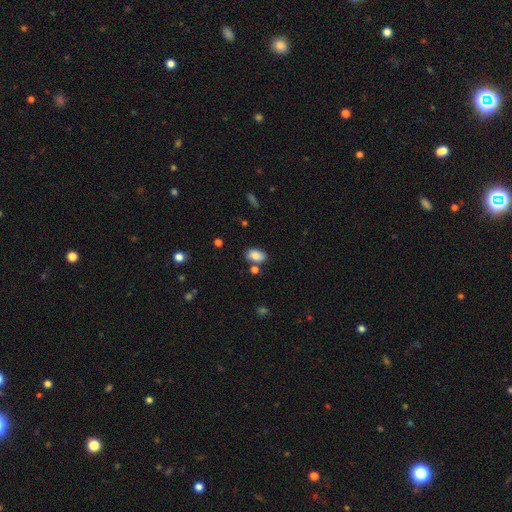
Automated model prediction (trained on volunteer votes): smooth-or-featured: smooth: 85% | star or artifact: 8% | featured or disk: 7%
  how-rounded: in between: 90% | round: 9% | cigar-shaped: 1%
  merging: none: 73% | minor disturbance: 13% | merger: 10% | major disturbance: 3%